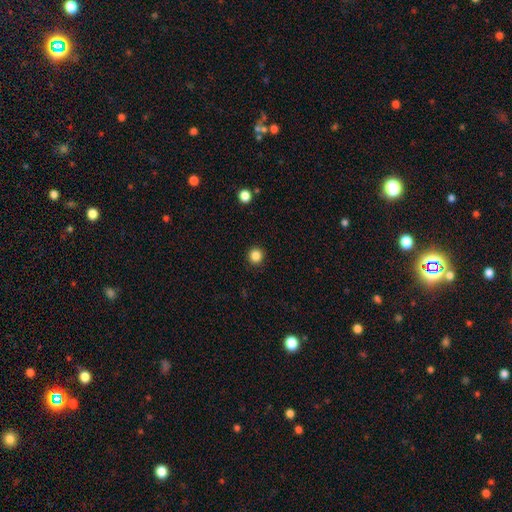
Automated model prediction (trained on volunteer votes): Smooth or featured? Predicted: smooth (p=0.85). How rounded? Predicted: round (p=0.93). Merging? Predicted: none (p=0.93).